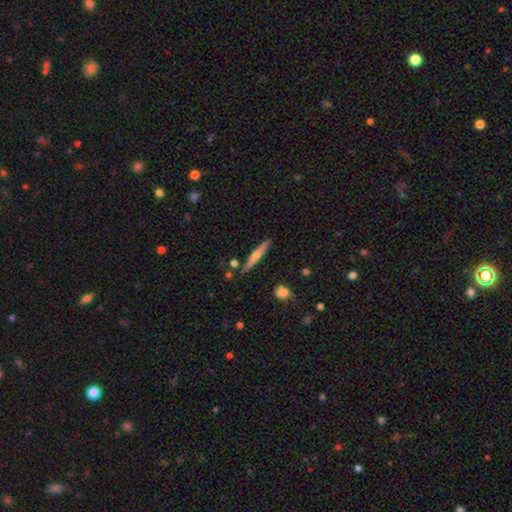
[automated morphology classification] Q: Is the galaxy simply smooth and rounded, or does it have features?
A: featured or disk — 59%.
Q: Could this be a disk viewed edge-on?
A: yes — 97%.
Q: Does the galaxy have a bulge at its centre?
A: rounded — 81%.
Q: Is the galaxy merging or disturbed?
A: none — 88%.